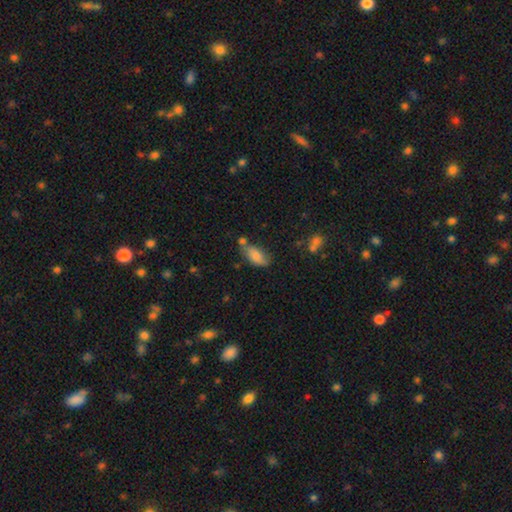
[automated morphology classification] Q: Smooth or featured?
A: smooth (80%); runner-up: featured or disk (13%)
Q: How rounded?
A: in between (91%); runner-up: cigar-shaped (6%)
Q: Merging?
A: none (51%); runner-up: minor disturbance (26%)